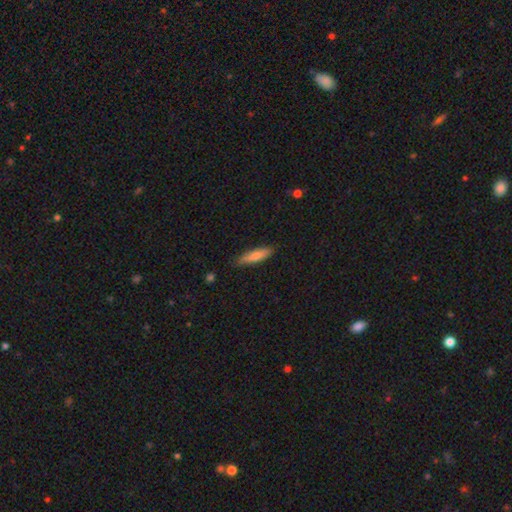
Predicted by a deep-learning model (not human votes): smooth_or_featured: smooth (p=0.79) [alt: featured or disk p=0.15]
how_rounded: cigar-shaped (p=0.72) [alt: in between p=0.27]
merging: none (p=0.82) [alt: minor disturbance p=0.14]